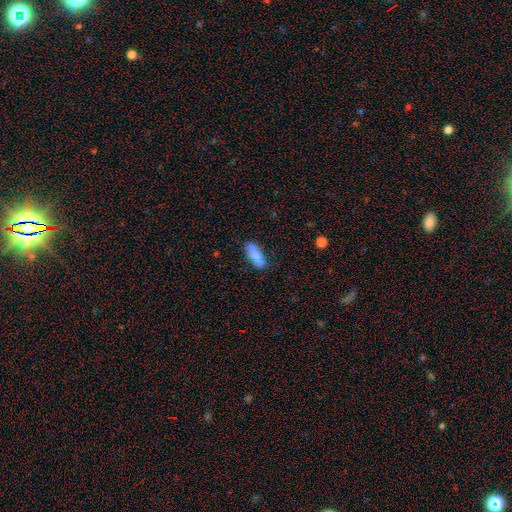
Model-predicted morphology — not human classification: Smooth or featured: smooth — 74% (featured or disk — 15%)
How rounded: in between — 88% (cigar-shaped — 9%)
Merging: none — 72% (minor disturbance — 19%)